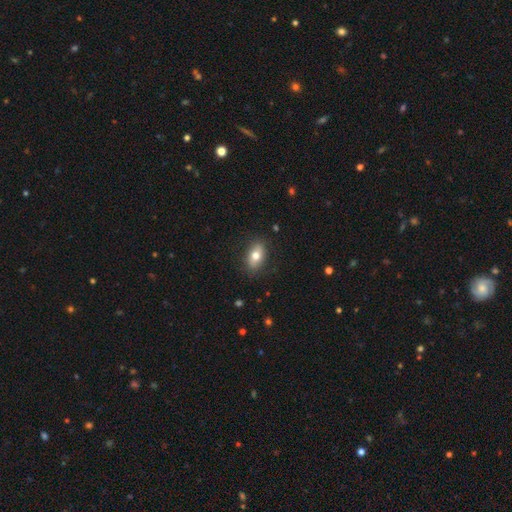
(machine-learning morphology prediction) Smooth or featured?
  - smooth: 71% *
  - featured or disk: 21%
  - star or artifact: 7%
How rounded?
  - in between: 86% *
  - round: 10%
  - cigar-shaped: 4%
Merging?
  - none: 84% *
  - minor disturbance: 12%
  - major disturbance: 3%
  - merger: 1%